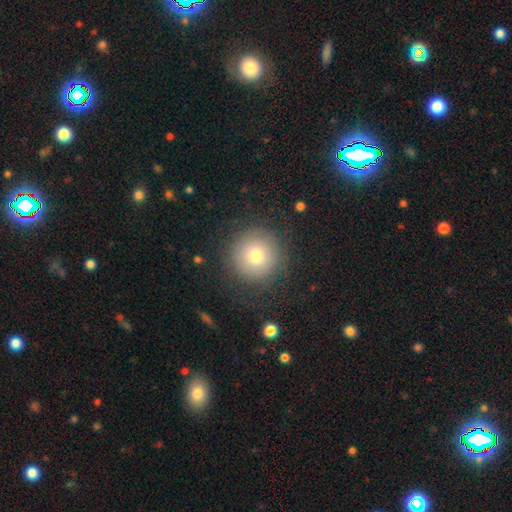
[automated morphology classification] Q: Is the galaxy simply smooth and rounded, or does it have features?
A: smooth — 71%.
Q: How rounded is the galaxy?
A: round — 96%.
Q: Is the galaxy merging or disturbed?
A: none — 85%.